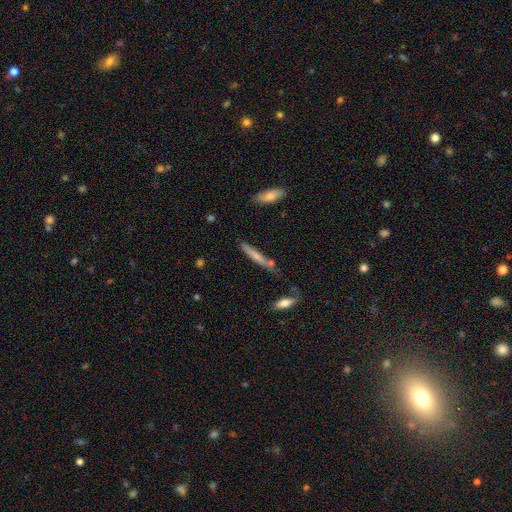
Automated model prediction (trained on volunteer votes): The model was most divided on "smooth or featured": smooth: 62%, featured or disk: 31%, star or artifact: 6%. More confident: how rounded — cigar-shaped (93%); merging — none (71%).